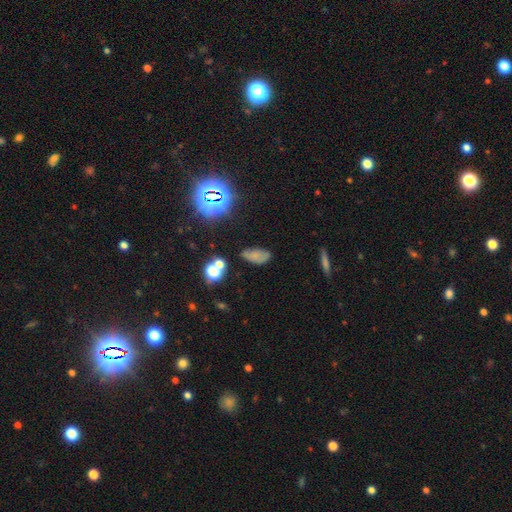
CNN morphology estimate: Overall: smooth (61%; star or artifact 21%). How rounded: in between (89%). Merging: none (60%; minor disturbance 25%).